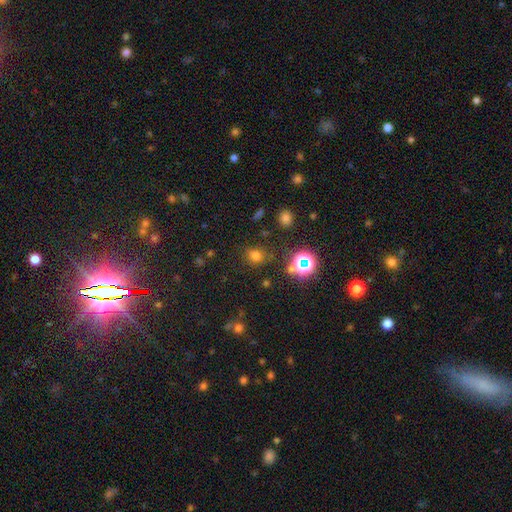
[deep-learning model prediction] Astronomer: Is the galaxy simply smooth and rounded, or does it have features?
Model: smooth — 65%.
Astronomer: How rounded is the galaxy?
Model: round — 68%.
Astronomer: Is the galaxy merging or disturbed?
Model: none — 79%.